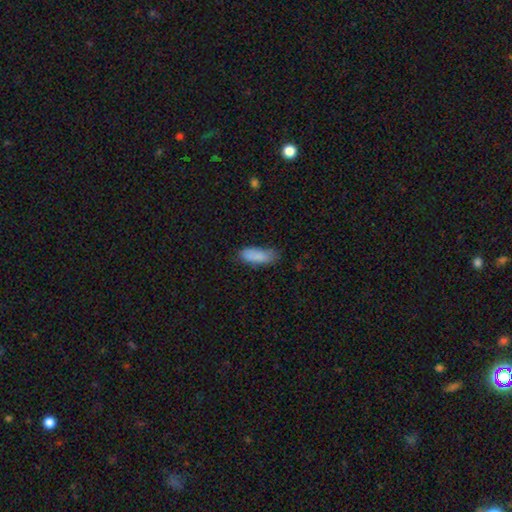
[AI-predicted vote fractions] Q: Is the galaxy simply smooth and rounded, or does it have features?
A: smooth — 87%.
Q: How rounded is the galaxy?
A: in between — 68%.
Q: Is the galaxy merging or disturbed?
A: none — 63%.